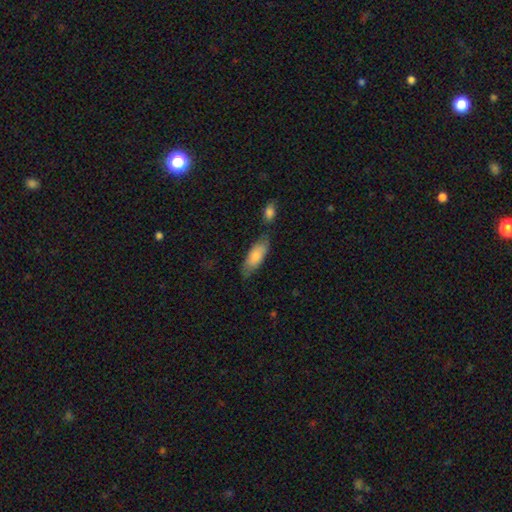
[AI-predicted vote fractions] smooth_or_featured: smooth (p=0.77) [alt: featured or disk p=0.17]
how_rounded: in between (p=0.75) [alt: cigar-shaped p=0.23]
merging: none (p=0.63) [alt: minor disturbance p=0.21]